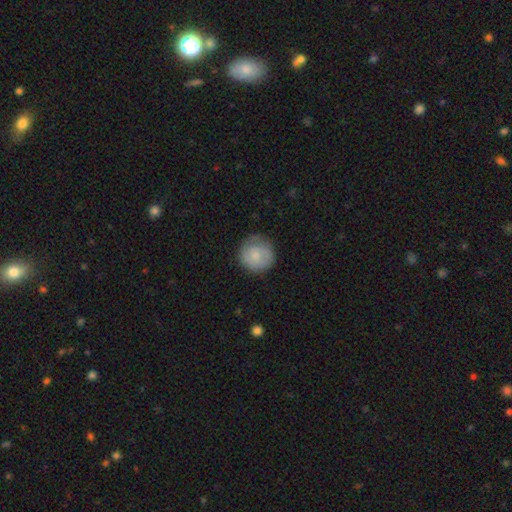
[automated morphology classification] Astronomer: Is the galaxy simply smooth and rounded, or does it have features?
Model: smooth — 69%.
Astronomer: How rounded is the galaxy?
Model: round — 93%.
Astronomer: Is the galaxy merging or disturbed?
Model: none — 78%.